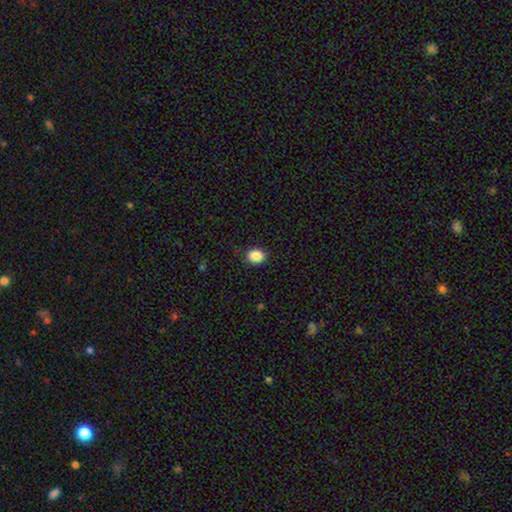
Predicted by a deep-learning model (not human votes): A smooth galaxy with no disk features (88%) that is round (61%).

Vote fractions:
- Smooth or featured? smooth: 88% / star or artifact: 9% / featured or disk: 3%
- How rounded? round: 61% / in between: 38% / cigar-shaped: 1%
- Merging? none: 87% / minor disturbance: 9% / major disturbance: 2% / merger: 1%